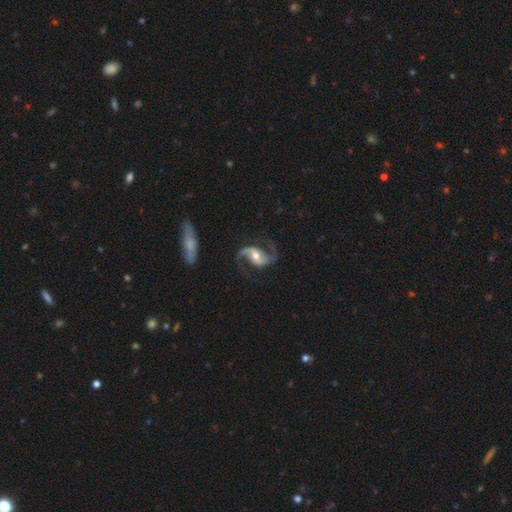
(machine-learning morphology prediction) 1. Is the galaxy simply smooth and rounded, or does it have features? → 92% featured or disk, 4% smooth, 4% star or artifact.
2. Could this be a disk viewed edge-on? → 98% no, 2% yes.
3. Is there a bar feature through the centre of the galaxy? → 38% no, 36% weak, 26% strong.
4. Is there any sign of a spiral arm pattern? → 98% yes, 2% no.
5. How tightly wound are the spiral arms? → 51% loose, 41% medium, 8% tight.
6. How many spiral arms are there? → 94% 2, 2% 1, 1% can't tell, 1% 3, 1% 4, 1% more than 4.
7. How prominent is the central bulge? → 69% moderate, 23% small, 6% large, 1% none, 1% dominant.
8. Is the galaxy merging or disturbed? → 77% none, 13% minor disturbance, 8% major disturbance, 2% merger.